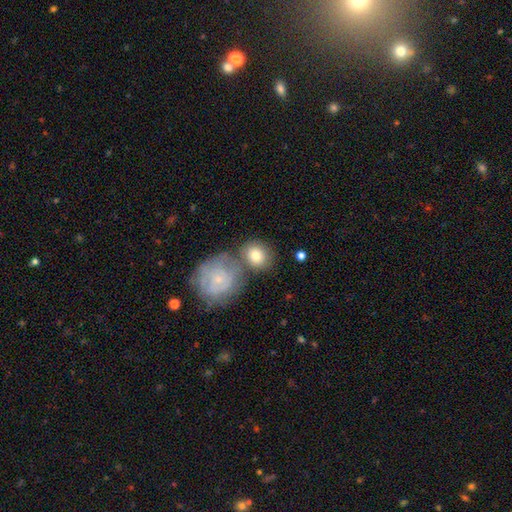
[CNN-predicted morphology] smooth-or-featured: smooth: 72% | featured or disk: 21% | star or artifact: 7%
  how-rounded: round: 70% | in between: 29% | cigar-shaped: 1%
  merging: none: 57% | merger: 24% | minor disturbance: 14% | major disturbance: 5%